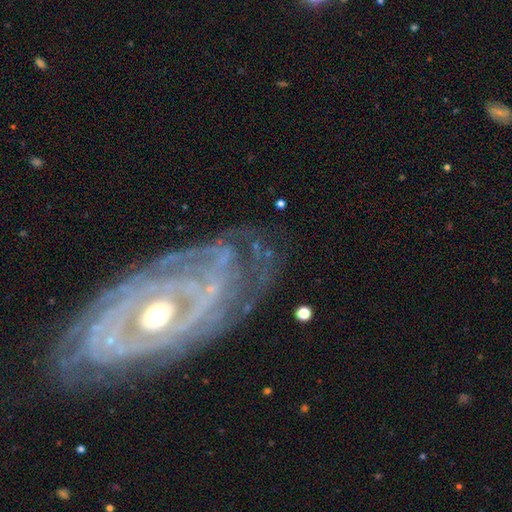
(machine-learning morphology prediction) Overall: featured or disk (89%). Edge-on disk: no (93%). Bar: no (62%; weak 22%). Spiral arms: yes (95%). Spiral arm count: can't tell (28%; 2 20%). Spiral winding: tight (79%). Bulge size: moderate (66%; small 26%). Merging: none (74%).